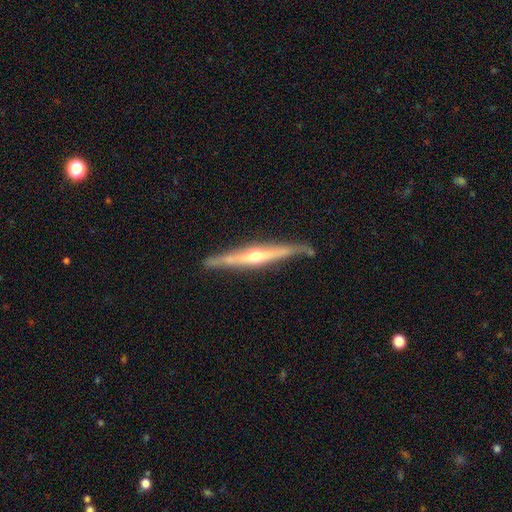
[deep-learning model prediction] Smooth or featured? featured or disk (77%)
Edge-on disk? yes (97%)
Edge-on bulge? rounded (89%)
Merging? none (79%)